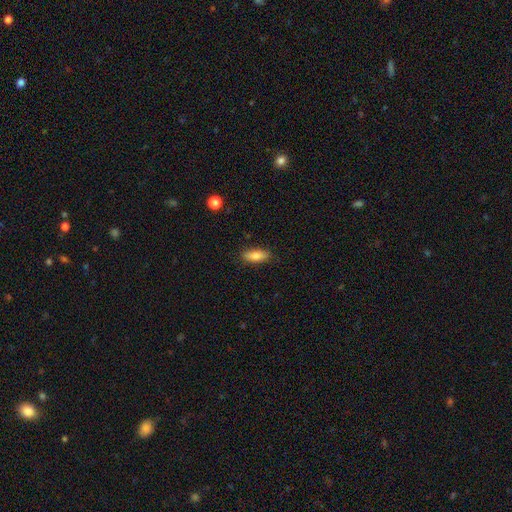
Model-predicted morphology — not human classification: A smooth galaxy with no disk features (83%) that is in between round and cigar-shaped (75%).

Vote fractions:
- Smooth or featured? smooth: 83% / featured or disk: 10% / star or artifact: 7%
- How rounded? in between: 75% / cigar-shaped: 22% / round: 2%
- Merging? none: 86% / minor disturbance: 10% / major disturbance: 2% / merger: 1%